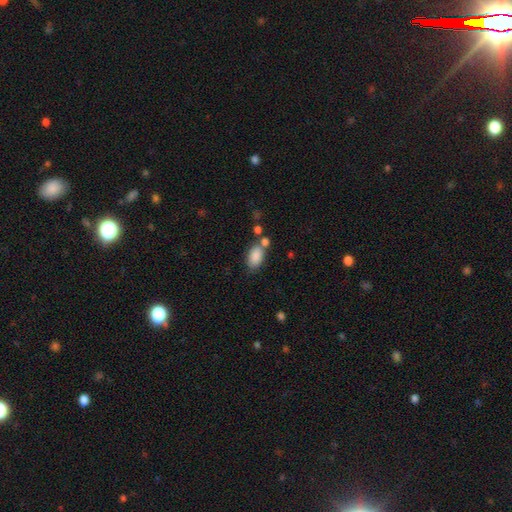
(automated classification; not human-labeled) A smooth galaxy with no disk features (86%) that is in between round and cigar-shaped (92%). Merging: none (57%).